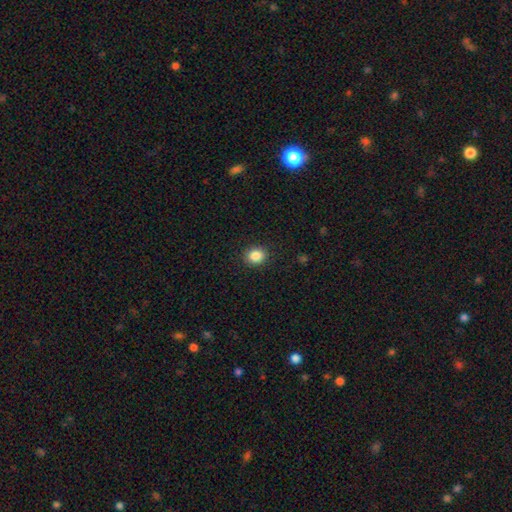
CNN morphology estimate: Smooth or featured: smooth — 86% (star or artifact — 10%)
How rounded: round — 72% (in between — 27%)
Merging: none — 90% (minor disturbance — 7%)